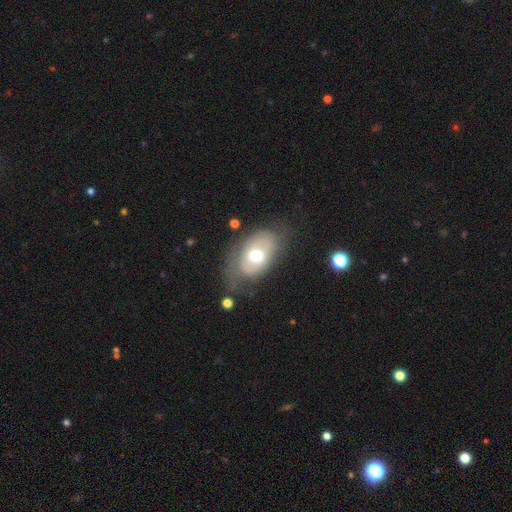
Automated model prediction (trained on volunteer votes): A smooth galaxy with no disk features (57%) that is in between round and cigar-shaped (86%). Merging: none (60%).